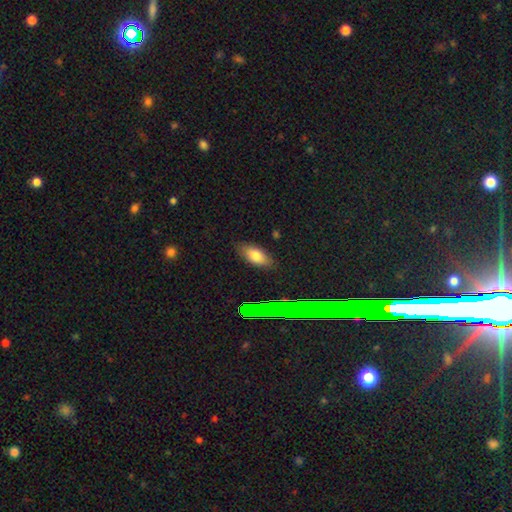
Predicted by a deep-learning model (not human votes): Smooth or featured: smooth — 77% (featured or disk — 13%)
How rounded: in between — 89% (cigar-shaped — 8%)
Merging: none — 83% (minor disturbance — 13%)